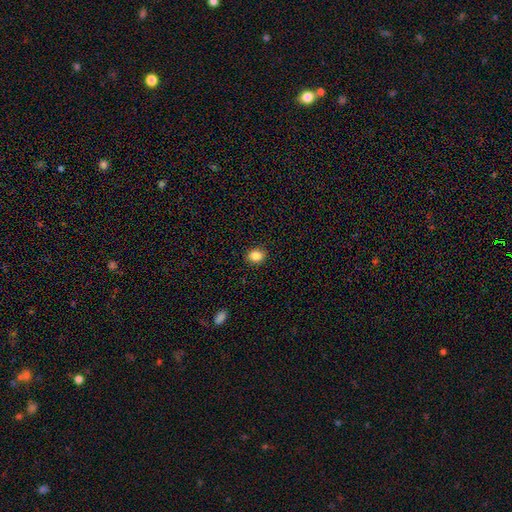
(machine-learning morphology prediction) A smooth galaxy with no disk features (86%) that is round (54%). Merging: none (89%).